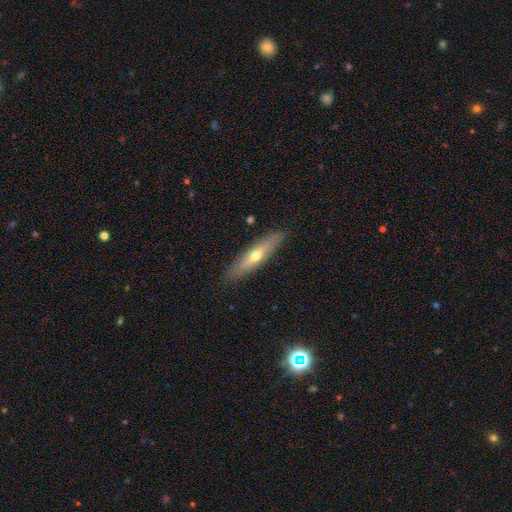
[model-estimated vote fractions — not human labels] Overall: smooth (50%; featured or disk 44%). Merging: none (87%).